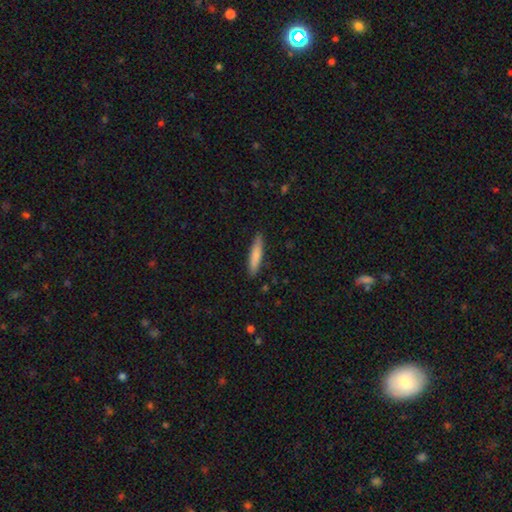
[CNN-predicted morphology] Overall: smooth (80%). How rounded: cigar-shaped (85%). Merging: none (88%).